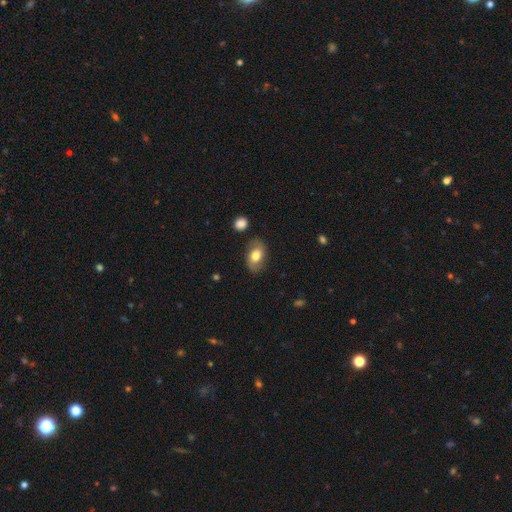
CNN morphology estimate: This is likely a smooth galaxy (64%). How rounded: clearly in between (88%). Merging: likely none (78%).